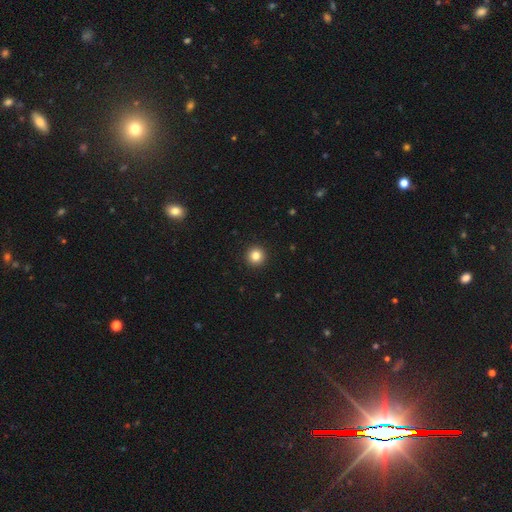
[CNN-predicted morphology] smooth 83%, star or artifact 11%, featured or disk 6%. Down the decision tree: how rounded — round (96%); merging — none (94%).